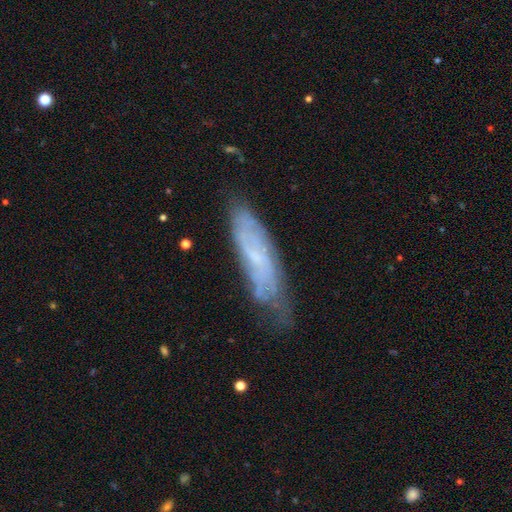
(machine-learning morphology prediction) smooth_or_featured: featured or disk (p=0.60) [alt: smooth p=0.31]
disk_edge_on: no (p=0.71) [alt: yes p=0.29]
merging: none (p=0.58) [alt: minor disturbance p=0.29]